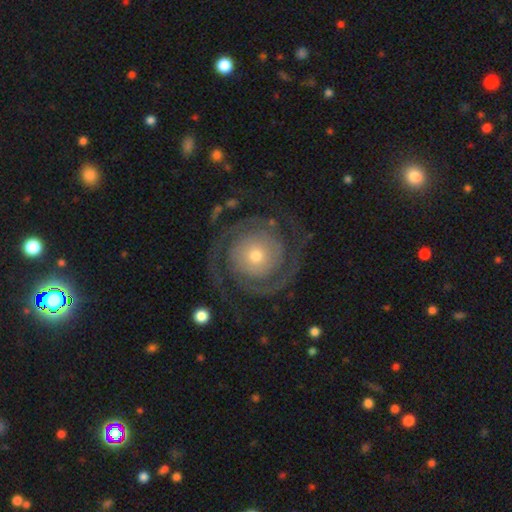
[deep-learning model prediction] This appears to be a featured or disk galaxy (88%) with no bar (81%), 2 (84%) tight (68%) spiral arms (96%) and a small central bulge (57%). Merging: none (79%).